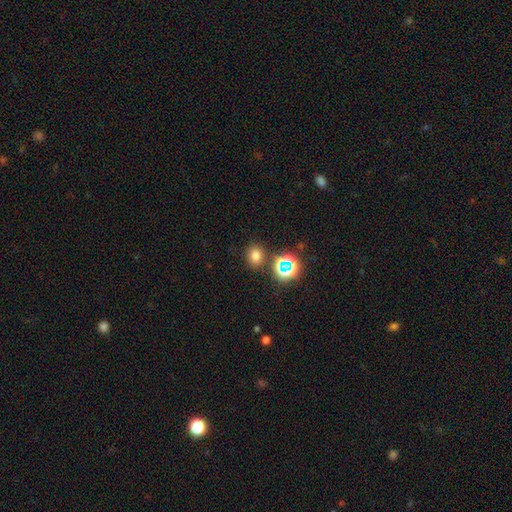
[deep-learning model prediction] Q: Smooth or featured?
A: smooth (70%); runner-up: star or artifact (23%)
Q: How rounded?
A: round (56%); runner-up: in between (43%)
Q: Merging?
A: none (81%); runner-up: minor disturbance (9%)